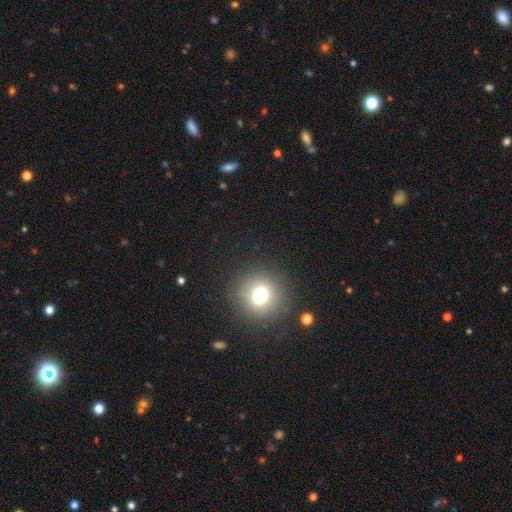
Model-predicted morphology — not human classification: smooth_or_featured: smooth (p=0.64) [alt: star or artifact p=0.26]
how_rounded: round (p=0.92) [alt: in between p=0.07]
merging: none (p=0.91) [alt: minor disturbance p=0.05]